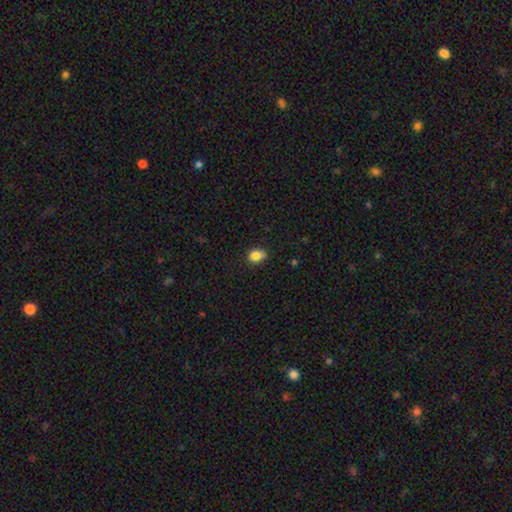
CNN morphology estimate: Q: Smooth or featured?
A: smooth (84%); runner-up: star or artifact (11%)
Q: How rounded?
A: round (52%); runner-up: in between (47%)
Q: Merging?
A: none (67%); runner-up: minor disturbance (27%)